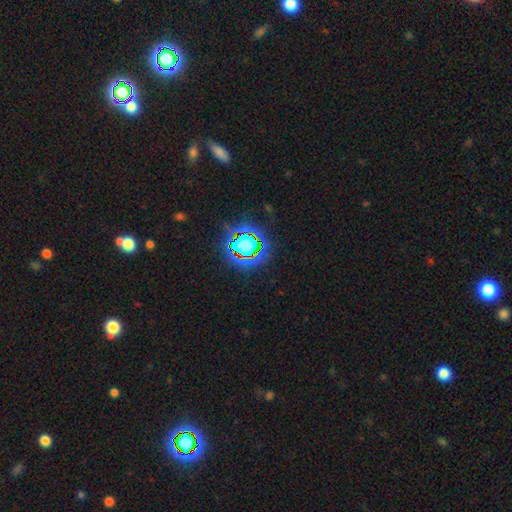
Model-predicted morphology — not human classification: This appears to be a star or artifact, not a galaxy (79%).